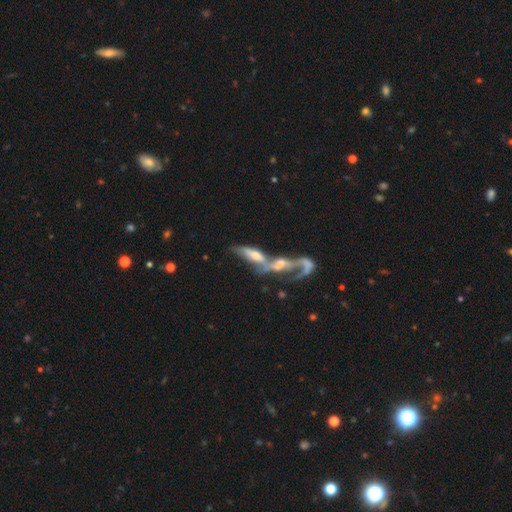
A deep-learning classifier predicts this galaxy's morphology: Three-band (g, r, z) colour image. It shows a featured or disk galaxy (65%). Merging: merger (75%).